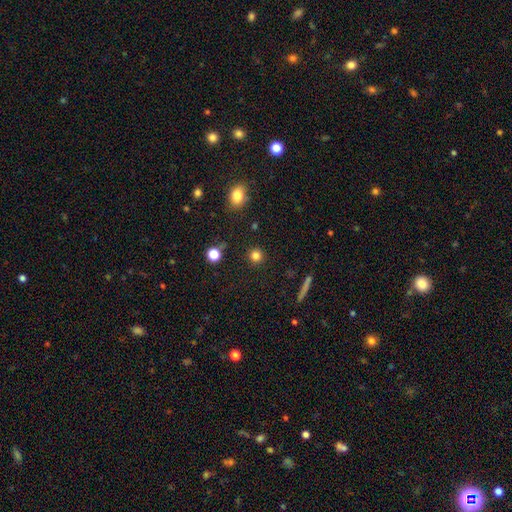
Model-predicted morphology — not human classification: Q: Smooth or featured?
A: smooth (81%); runner-up: star or artifact (13%)
Q: How rounded?
A: round (93%); runner-up: in between (5%)
Q: Merging?
A: none (90%); runner-up: minor disturbance (6%)